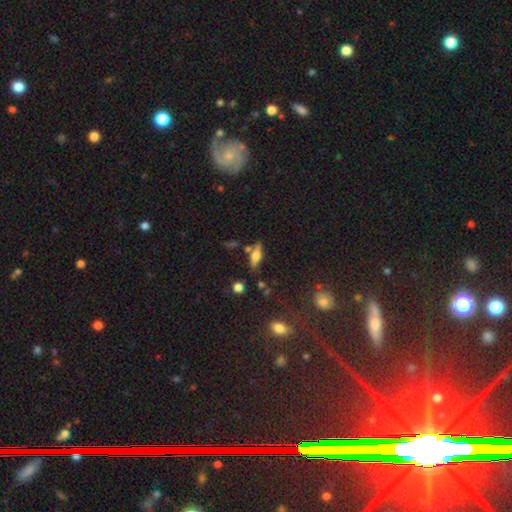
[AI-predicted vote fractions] smooth-or-featured: smooth: 47% | featured or disk: 44% | star or artifact: 9%
  merging: none: 73% | minor disturbance: 13% | merger: 10% | major disturbance: 4%